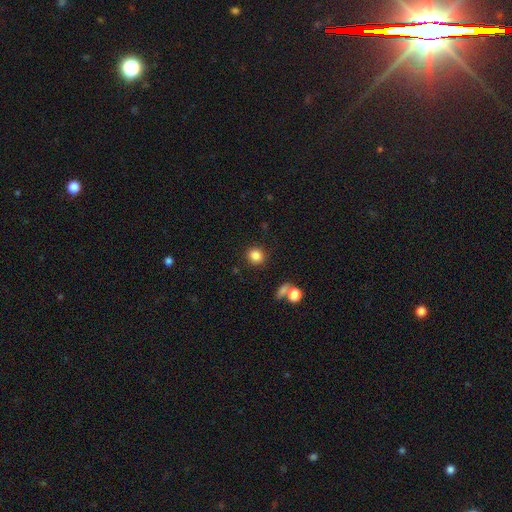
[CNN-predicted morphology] smooth_or_featured: smooth (p=0.84) [alt: star or artifact p=0.11]
how_rounded: round (p=0.87) [alt: in between p=0.11]
merging: none (p=0.86) [alt: minor disturbance p=0.07]